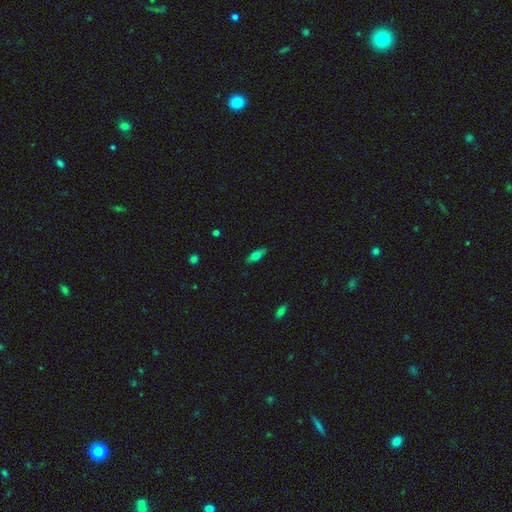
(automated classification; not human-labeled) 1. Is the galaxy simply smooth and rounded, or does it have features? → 67% smooth, 24% featured or disk, 9% star or artifact.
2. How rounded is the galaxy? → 67% in between, 29% cigar-shaped, 4% round.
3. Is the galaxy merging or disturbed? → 83% none, 13% minor disturbance, 3% major disturbance, 1% merger.